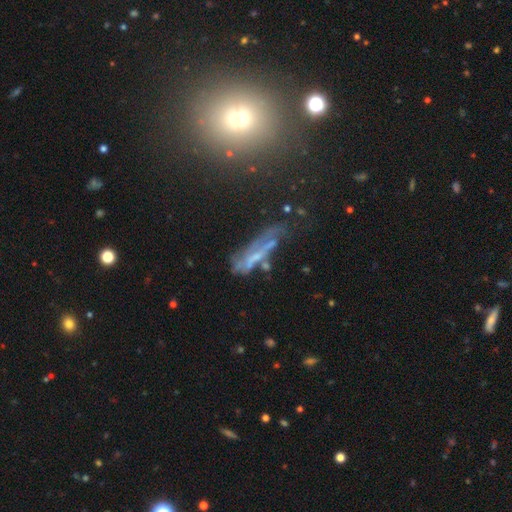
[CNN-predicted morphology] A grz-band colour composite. It shows a featured or disk galaxy (57%). Merging: none (35%).